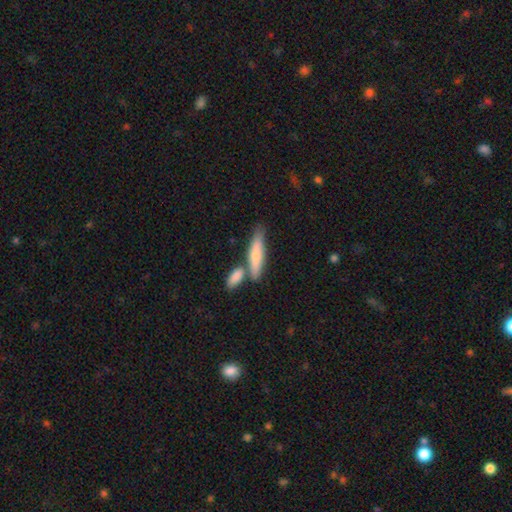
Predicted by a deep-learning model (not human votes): Smooth or featured? smooth (66%)
How rounded? cigar-shaped (74%)
Merging? none (58%)